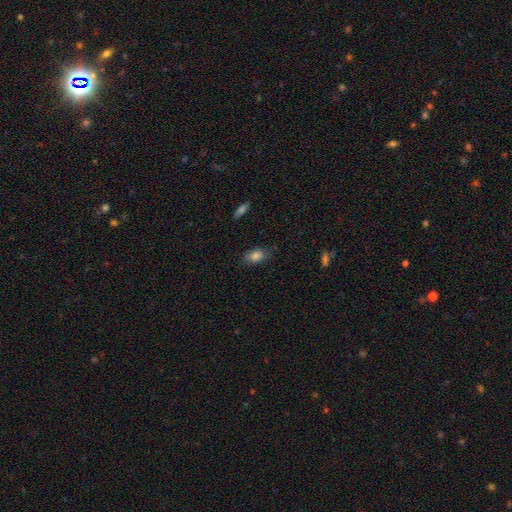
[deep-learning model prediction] Smooth or featured: smooth — 83% (star or artifact — 9%)
How rounded: in between — 86% (round — 9%)
Merging: none — 79% (minor disturbance — 16%)